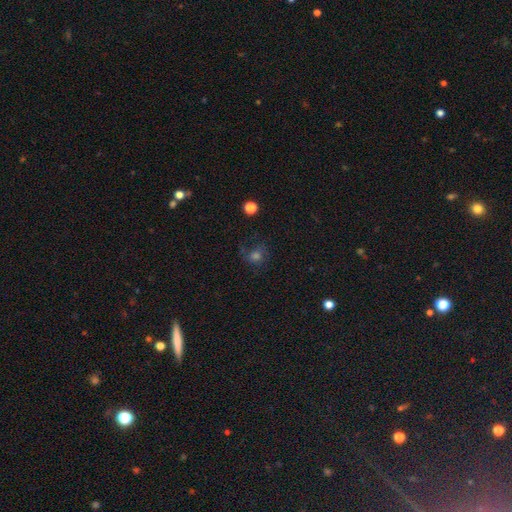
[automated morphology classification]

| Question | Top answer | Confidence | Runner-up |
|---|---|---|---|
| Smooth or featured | smooth | 56% | star or artifact (25%) |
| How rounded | round | 80% | in between (19%) |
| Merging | none | 62% | minor disturbance (20%) |